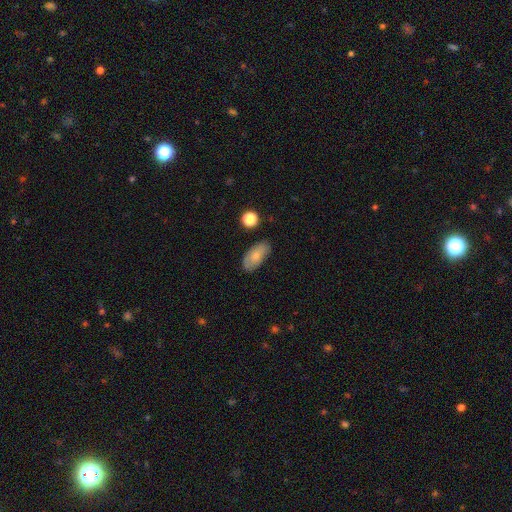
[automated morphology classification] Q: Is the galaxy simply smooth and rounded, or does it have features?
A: smooth — 73%.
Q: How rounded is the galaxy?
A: in between — 91%.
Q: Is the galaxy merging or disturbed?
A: none — 77%.